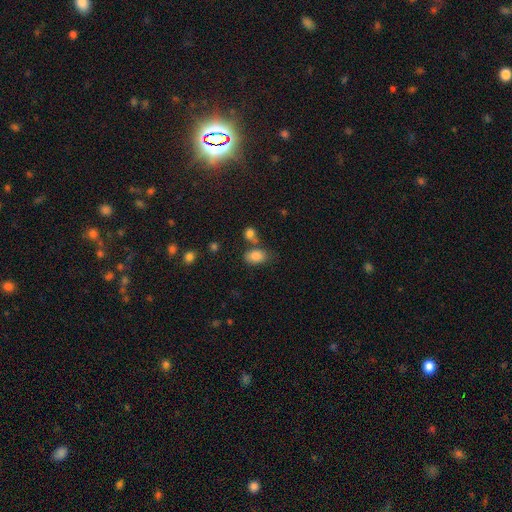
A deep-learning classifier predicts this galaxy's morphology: Smooth or featured?
  - smooth: 83% *
  - star or artifact: 9%
  - featured or disk: 7%
How rounded?
  - in between: 84% *
  - round: 15%
  - cigar-shaped: 1%
Merging?
  - none: 59% *
  - merger: 20%
  - minor disturbance: 16%
  - major disturbance: 5%